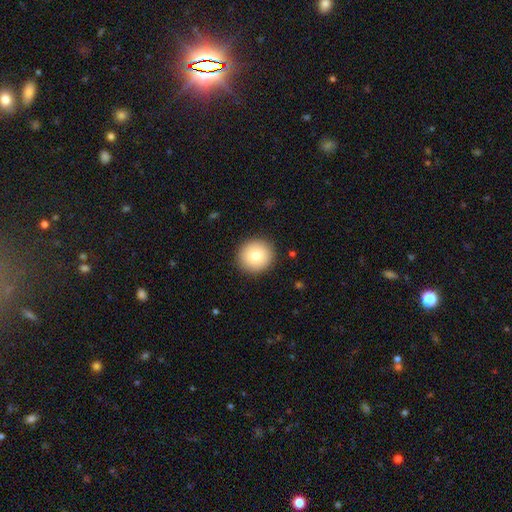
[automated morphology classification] Q: Smooth or featured?
A: smooth (82%); runner-up: featured or disk (10%)
Q: How rounded?
A: round (90%); runner-up: in between (9%)
Q: Merging?
A: none (90%); runner-up: minor disturbance (7%)